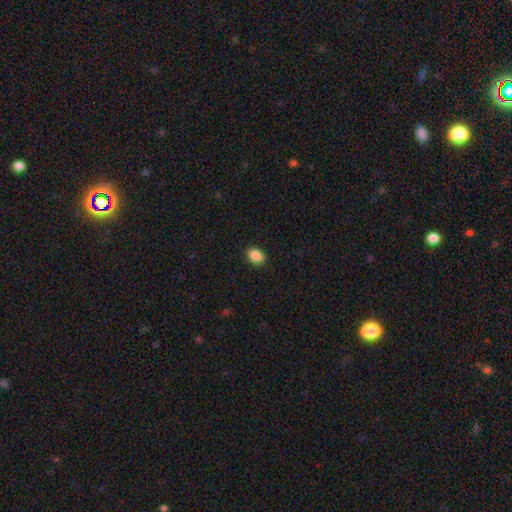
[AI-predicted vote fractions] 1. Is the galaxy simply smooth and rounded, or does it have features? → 88% smooth, 9% star or artifact, 3% featured or disk.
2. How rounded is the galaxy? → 69% in between, 30% round, 1% cigar-shaped.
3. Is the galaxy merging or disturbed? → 90% none, 7% minor disturbance, 2% major disturbance, 1% merger.